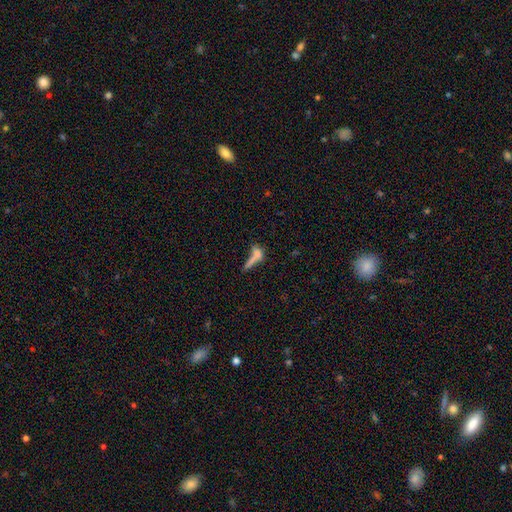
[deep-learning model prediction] Smooth or featured?
  - smooth: 60% *
  - featured or disk: 26%
  - star or artifact: 14%
How rounded?
  - cigar-shaped: 58% *
  - in between: 31%
  - round: 11%
Merging?
  - merger: 40% *
  - none: 31%
  - major disturbance: 17%
  - minor disturbance: 13%